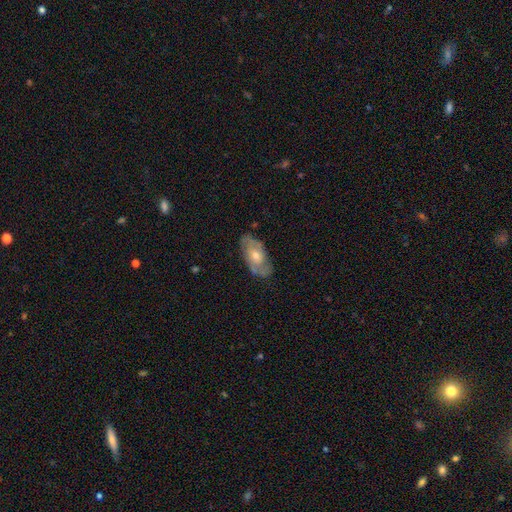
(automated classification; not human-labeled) Morphology: type=featured or disk (70%); edge-on=no (91%); bar=no (64%); spiral arms=yes (79%); winding=tight (44%); arm count=2 (67%); bulge=moderate (59%); merging=none (78%).